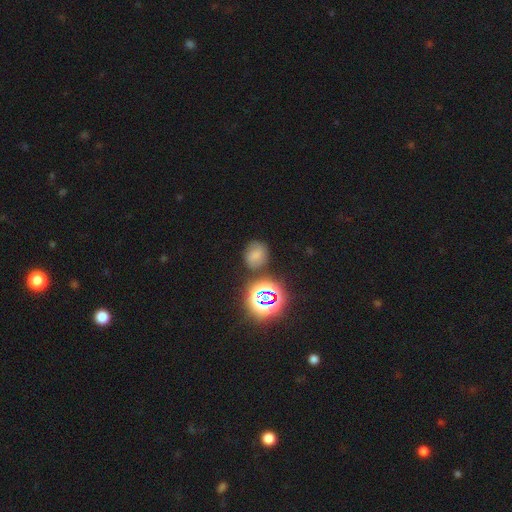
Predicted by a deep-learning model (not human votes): smooth 61%, star or artifact 25%, featured or disk 14%. Down the decision tree: how rounded — round (64%); merging — none (70%).